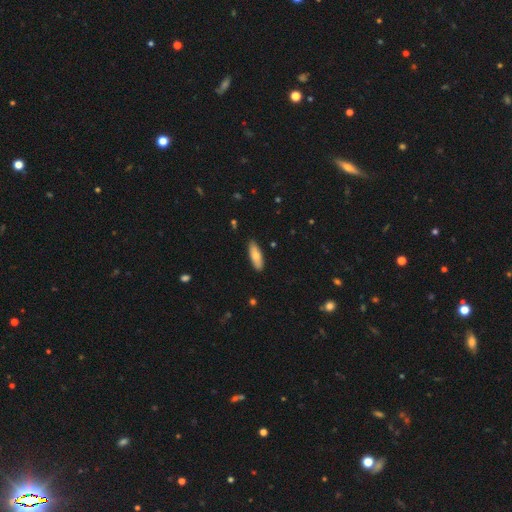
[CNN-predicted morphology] A smooth galaxy with no disk features (75%) that is in between round and cigar-shaped (56%).

Vote fractions:
- Smooth or featured? smooth: 75% / featured or disk: 19% / star or artifact: 6%
- How rounded? in between: 56% / cigar-shaped: 42% / round: 2%
- Merging? none: 88% / minor disturbance: 9% / major disturbance: 2% / merger: 1%